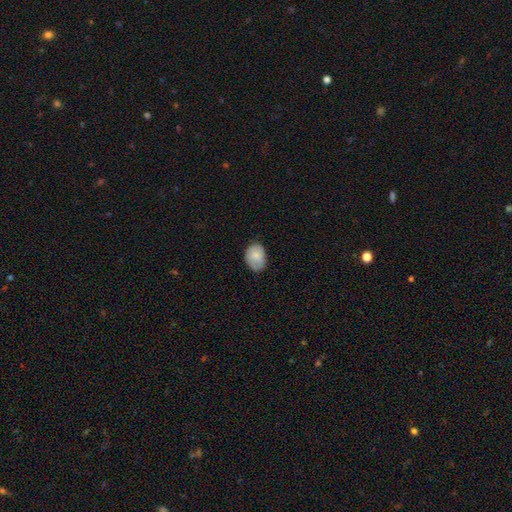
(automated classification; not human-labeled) Smooth or featured?
  - smooth: 82% *
  - featured or disk: 11%
  - star or artifact: 7%
How rounded?
  - in between: 70% *
  - round: 29%
  - cigar-shaped: 1%
Merging?
  - none: 67% *
  - minor disturbance: 27%
  - major disturbance: 5%
  - merger: 1%